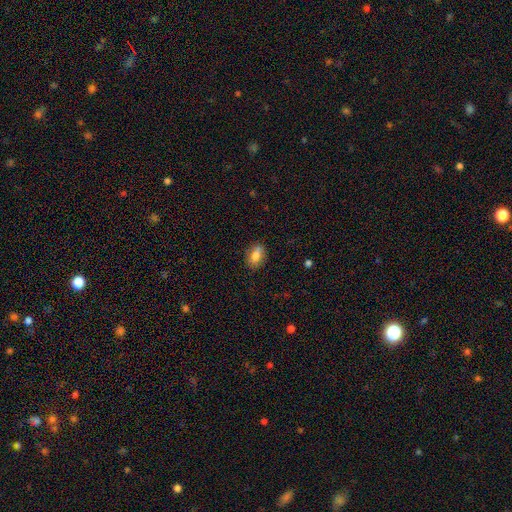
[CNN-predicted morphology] Q: Smooth or featured?
A: smooth (77%); runner-up: featured or disk (15%)
Q: How rounded?
A: in between (81%); runner-up: round (13%)
Q: Merging?
A: none (80%); runner-up: minor disturbance (15%)